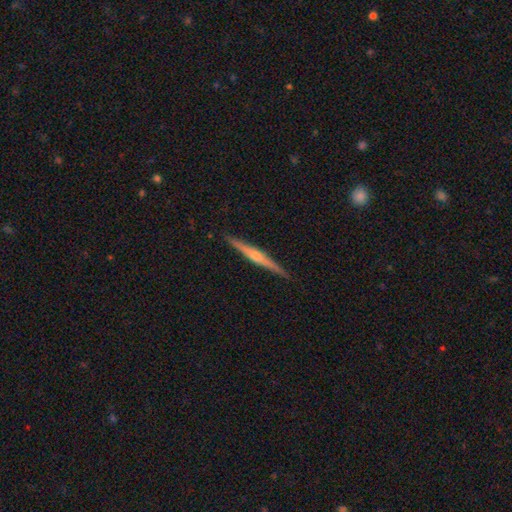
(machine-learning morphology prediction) A featured or disk galaxy (74%) viewed edge-on (98%) with a rounded central bulge (80%).

Vote fractions:
- Smooth or featured? featured or disk: 74% / smooth: 20% / star or artifact: 6%
- Edge-on disk? yes: 98% / no: 2%
- Edge-on bulge? rounded: 80% / none: 12% / boxy: 7%
- Merging? none: 91% / minor disturbance: 7% / major disturbance: 1% / merger: 1%